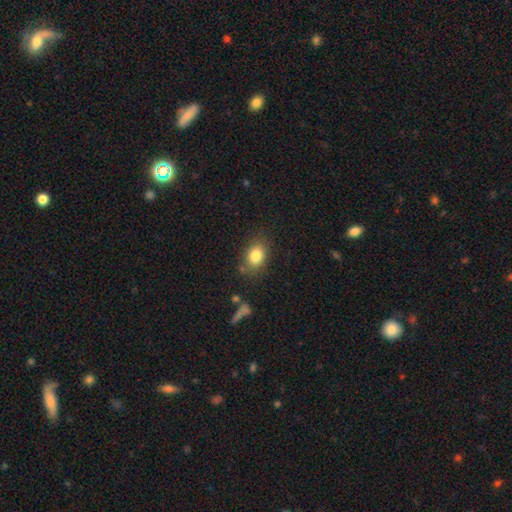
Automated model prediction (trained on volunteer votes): This is clearly a smooth galaxy (82%). How rounded: likely in between (71%). Merging: likely none (77%).